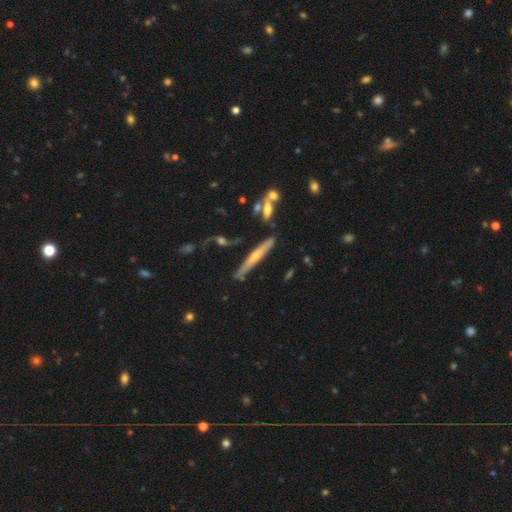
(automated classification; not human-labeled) Morphology: type=featured or disk (60%); edge-on=yes (93%); edge-on bulge=rounded (75%); merging=none (77%).